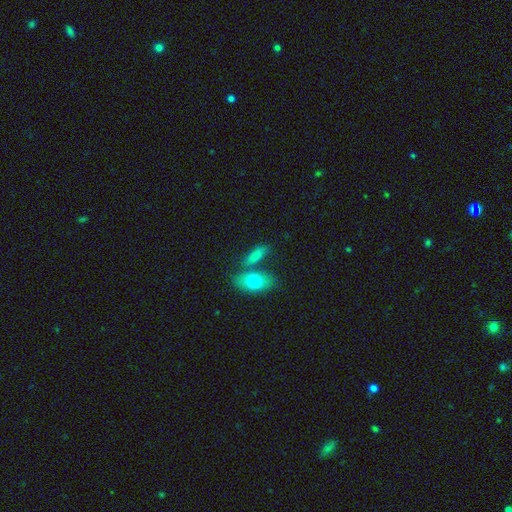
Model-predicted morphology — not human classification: type=smooth (80%); roundness=in between (71%); merging=none (54%).